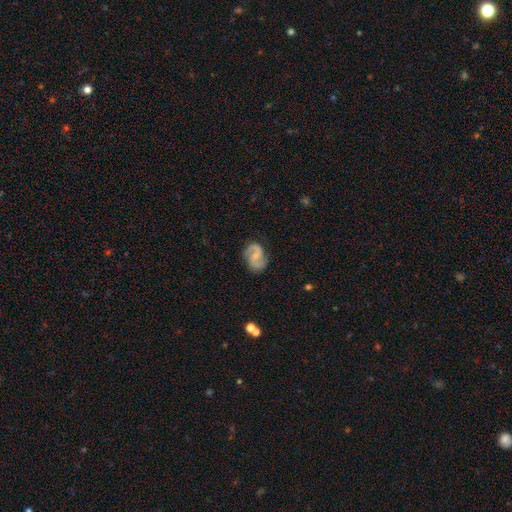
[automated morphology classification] Smooth or featured? Predicted: featured or disk (p=0.84). Edge-on disk? Predicted: no (p=0.98). Bar? Predicted: weak (p=0.50). Spiral arms? Predicted: yes (p=0.96). Spiral winding? Predicted: medium (p=0.52). Spiral arm count? Predicted: 2 (p=0.93). Bulge size? Predicted: small (p=0.52). Merging? Predicted: none (p=0.81).